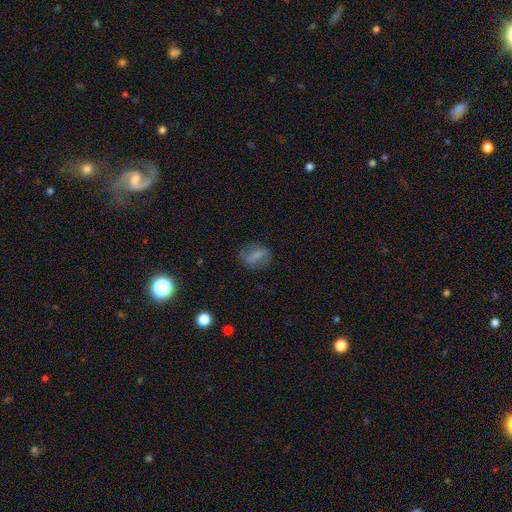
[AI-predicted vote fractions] Smooth or featured? smooth (59%)
How rounded? in between (67%)
Merging? none (72%)